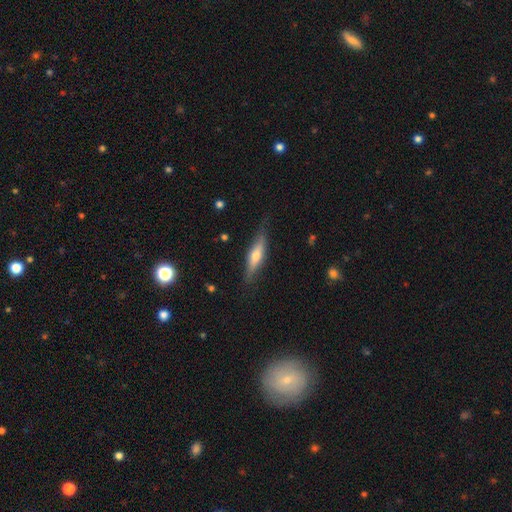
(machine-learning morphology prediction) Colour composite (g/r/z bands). It shows a smooth galaxy with no disk features (50%). Merging: none (76%).